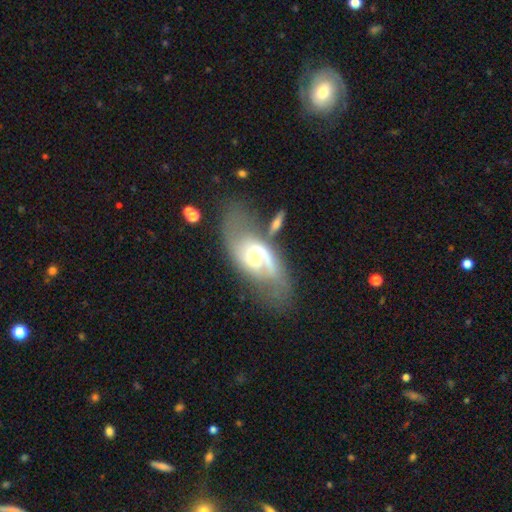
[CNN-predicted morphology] Q: Smooth or featured?
A: featured or disk (74%); runner-up: smooth (19%)
Q: Edge-on disk?
A: no (92%); runner-up: yes (8%)
Q: Bar?
A: no (53%); runner-up: weak (37%)
Q: Spiral arms?
A: yes (87%); runner-up: no (13%)
Q: Spiral winding?
A: loose (40%); tied with: medium (40%)
Q: Spiral arm count?
A: 2 (59%); runner-up: 1 (22%)
Q: Bulge size?
A: moderate (50%); runner-up: small (36%)
Q: Merging?
A: none (38%); runner-up: major disturbance (24%)